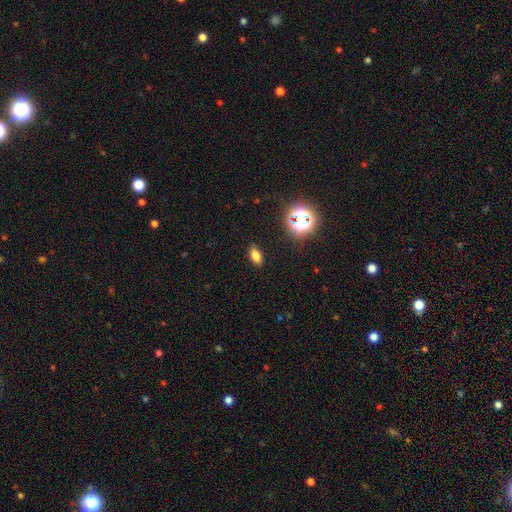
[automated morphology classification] A smooth galaxy with no disk features (75%) that is in between round and cigar-shaped (85%). Merging: none (87%).